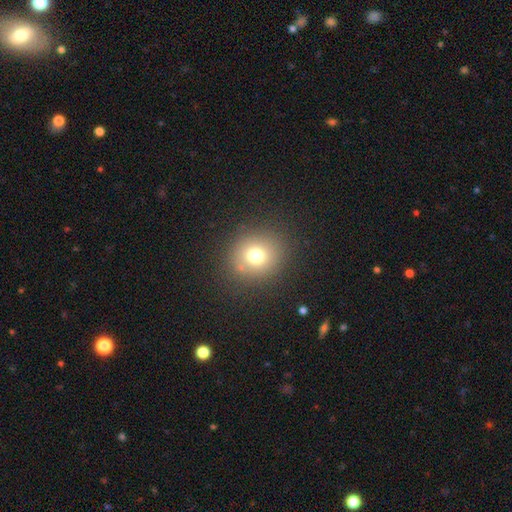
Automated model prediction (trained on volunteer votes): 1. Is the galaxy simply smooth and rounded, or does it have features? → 72% smooth, 17% star or artifact, 12% featured or disk.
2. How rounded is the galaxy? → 84% round, 16% in between, 1% cigar-shaped.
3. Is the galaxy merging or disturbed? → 84% none, 9% minor disturbance, 5% major disturbance, 2% merger.